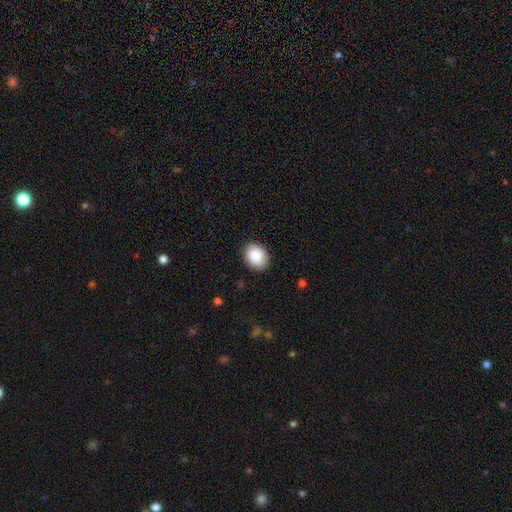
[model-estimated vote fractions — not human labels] Smooth or featured? Predicted: smooth (p=0.89). How rounded? Predicted: in between (p=0.60). Merging? Predicted: none (p=0.88).